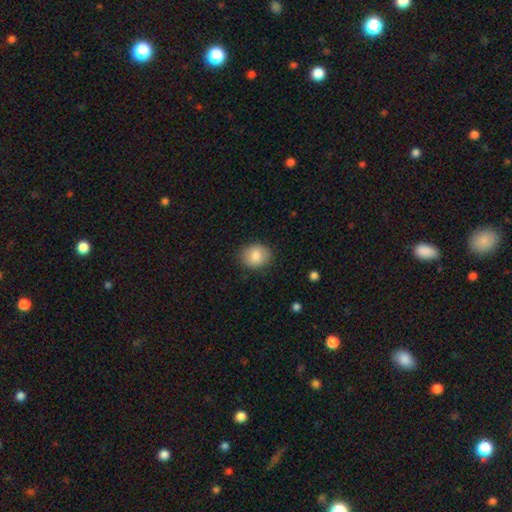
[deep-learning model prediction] Overall: smooth (83%). How rounded: round (61%; in between 39%). Merging: none (86%).